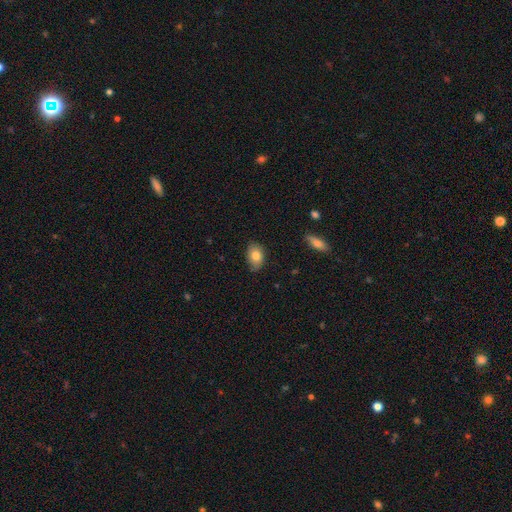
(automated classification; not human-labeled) Smooth or featured? Predicted: smooth (p=0.81). How rounded? Predicted: in between (p=0.84). Merging? Predicted: none (p=0.75).